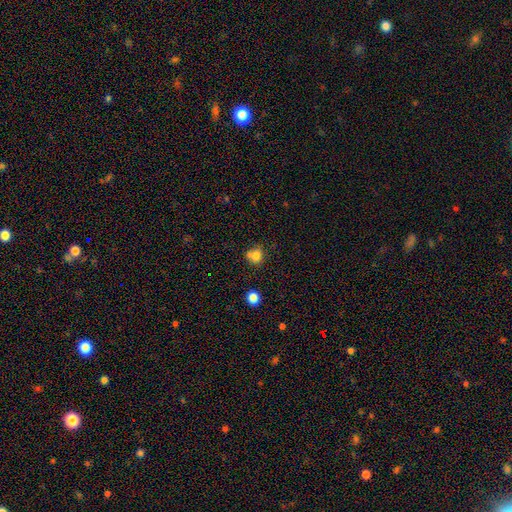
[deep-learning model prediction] A smooth galaxy with no disk features (77%) that is round (69%).

Vote fractions:
- Smooth or featured? smooth: 77% / star or artifact: 13% / featured or disk: 10%
- How rounded? round: 69% / in between: 30% / cigar-shaped: 1%
- Merging? none: 48% / merger: 30% / minor disturbance: 16% / major disturbance: 6%